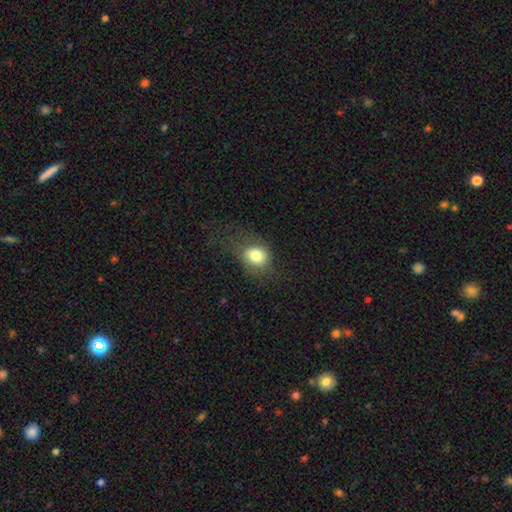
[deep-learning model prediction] Q: Smooth or featured?
A: smooth (79%); runner-up: featured or disk (11%)
Q: How rounded?
A: round (56%); runner-up: in between (43%)
Q: Merging?
A: none (58%); runner-up: minor disturbance (22%)